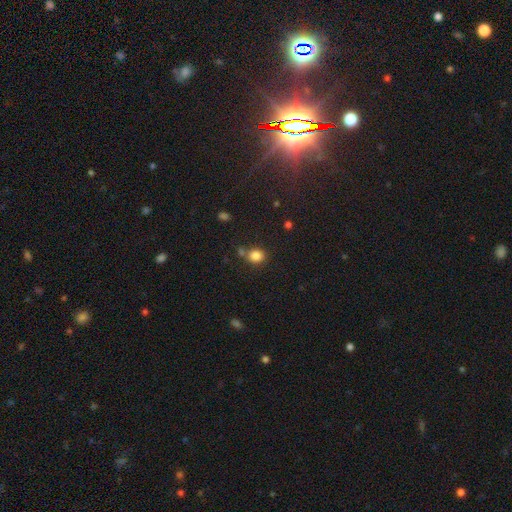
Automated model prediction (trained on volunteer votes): smooth 83%, star or artifact 11%, featured or disk 5%. Down the decision tree: how rounded — round (69%); merging — none (67%).